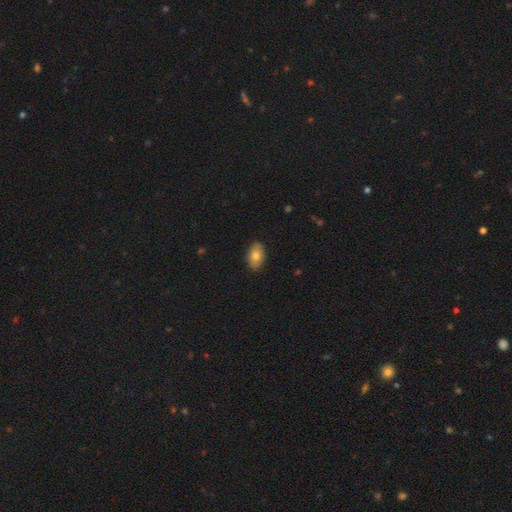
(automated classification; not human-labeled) smooth-or-featured: smooth: 80% | featured or disk: 13% | star or artifact: 7%
  how-rounded: in between: 90% | round: 8% | cigar-shaped: 2%
  merging: none: 88% | minor disturbance: 9% | major disturbance: 2% | merger: 1%